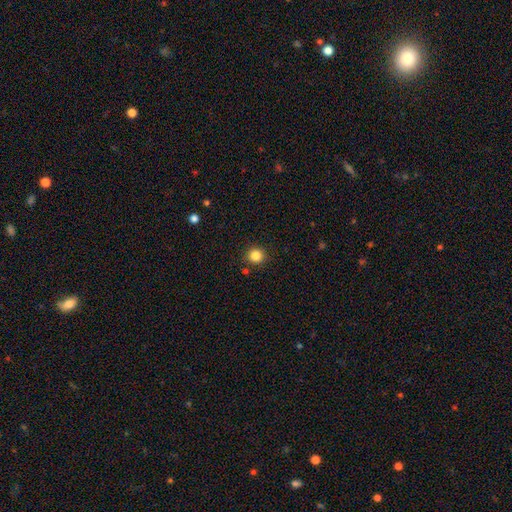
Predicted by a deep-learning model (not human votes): Smooth or featured? smooth (84%)
How rounded? round (94%)
Merging? none (90%)